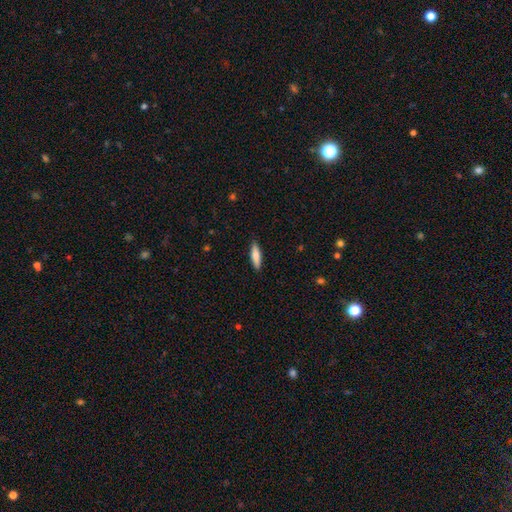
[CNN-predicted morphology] A smooth galaxy with no disk features (80%) that is cigar-shaped (72%). Merging: none (89%).